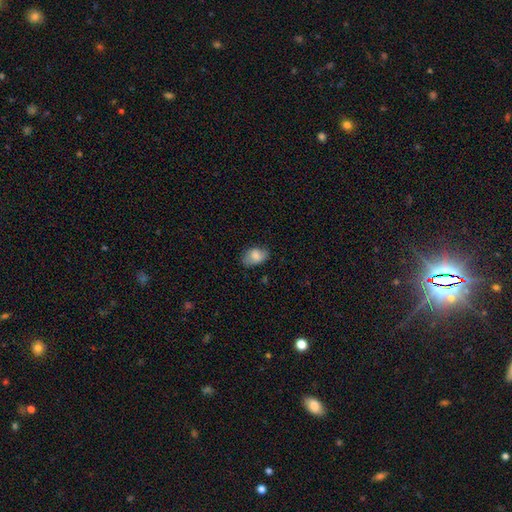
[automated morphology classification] smooth_or_featured: smooth (p=0.83) [alt: featured or disk p=0.10]
how_rounded: in between (p=0.87) [alt: round p=0.12]
merging: none (p=0.69) [alt: minor disturbance p=0.24]